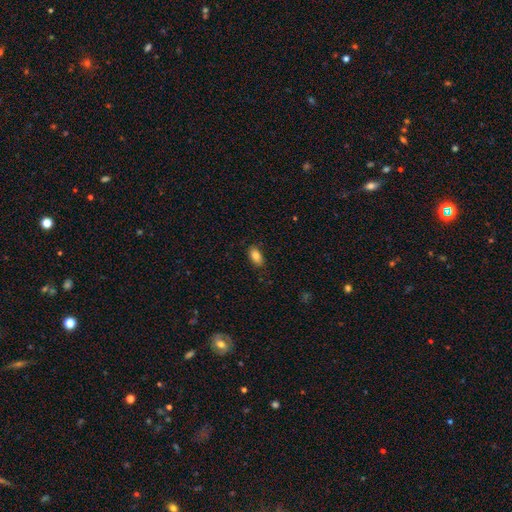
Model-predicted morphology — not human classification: smooth 84%, star or artifact 8%, featured or disk 7%. Down the decision tree: how rounded — in between (91%); merging — none (85%).